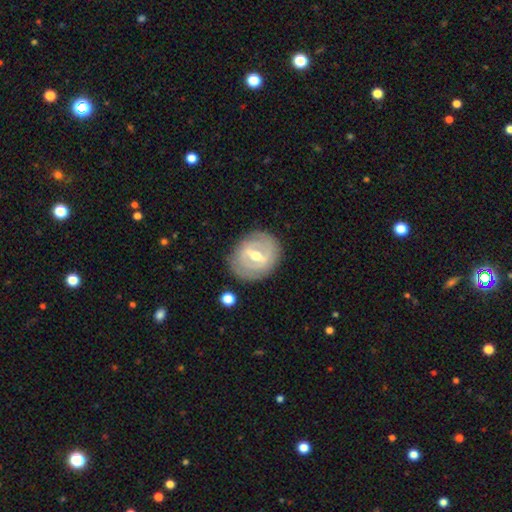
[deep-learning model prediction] Q: Smooth or featured?
A: featured or disk (75%); runner-up: smooth (19%)
Q: Edge-on disk?
A: no (94%); runner-up: yes (6%)
Q: Bar?
A: strong (47%); runner-up: weak (42%)
Q: Spiral arms?
A: yes (62%); runner-up: no (38%)
Q: Bulge size?
A: moderate (71%); runner-up: small (23%)
Q: Merging?
A: none (82%); runner-up: minor disturbance (13%)